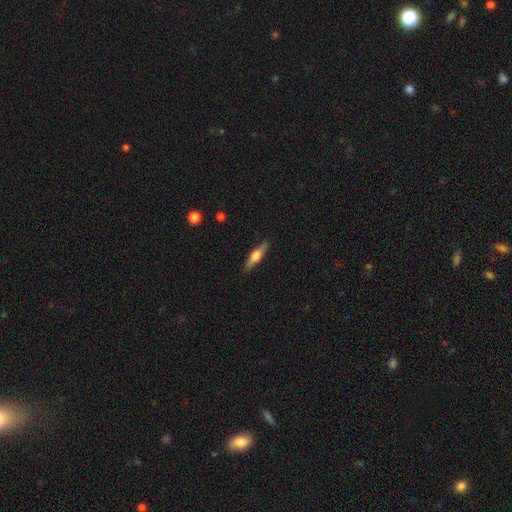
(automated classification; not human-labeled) Overall: featured or disk (54%; smooth 40%). Edge-on disk: yes (94%). Edge-on bulge: rounded (89%). Merging: none (87%).